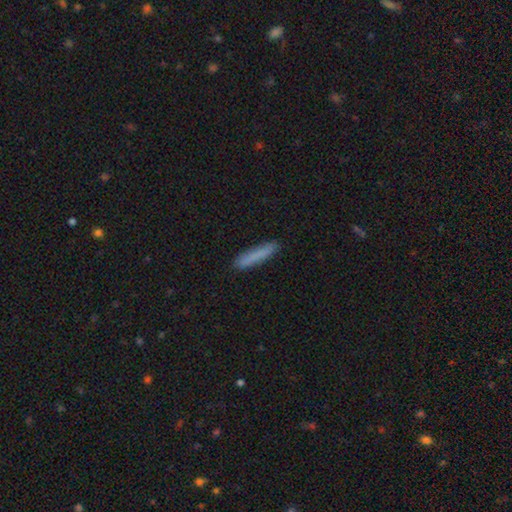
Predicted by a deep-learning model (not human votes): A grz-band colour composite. It shows a smooth galaxy with no disk features (82%) that is cigar-shaped (93%). Merging: none (89%).